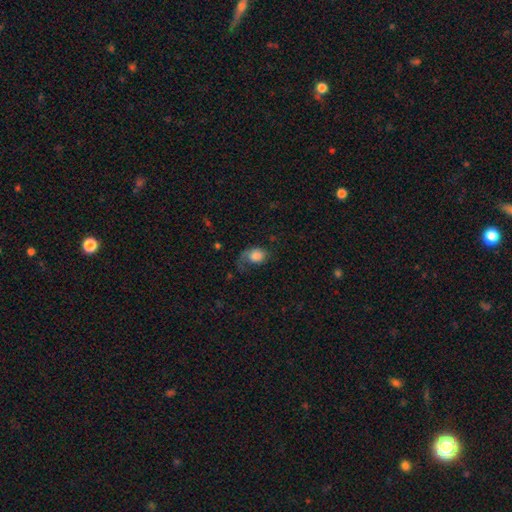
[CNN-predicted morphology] A smooth galaxy with no disk features (67%) that is in between round and cigar-shaped (62%).

Vote fractions:
- Smooth or featured? smooth: 67% / featured or disk: 24% / star or artifact: 9%
- How rounded? in between: 62% / round: 37% / cigar-shaped: 1%
- Merging? major disturbance: 42% / none: 30% / minor disturbance: 25% / merger: 3%